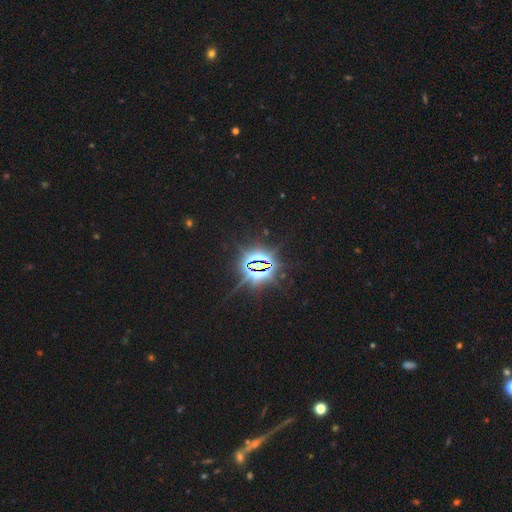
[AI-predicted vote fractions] This is clearly a star or artifact rather than a galaxy (86%).